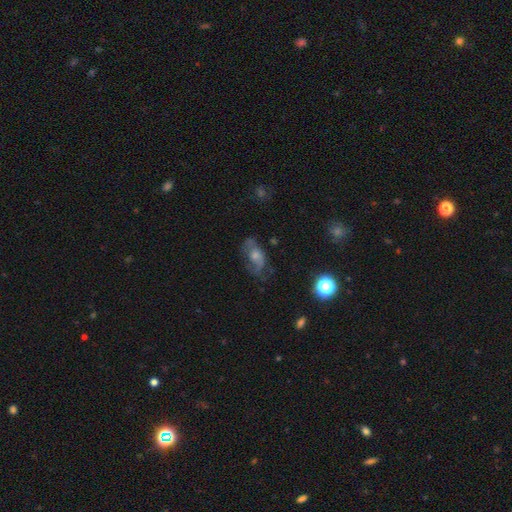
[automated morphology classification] Overall: featured or disk (54%; smooth 28%). Edge-on disk: no (92%). Bar: no (75%). Spiral arms: yes (67%; no 33%). Bulge size: moderate (52%; small 34%). Merging: none (60%; minor disturbance 22%).